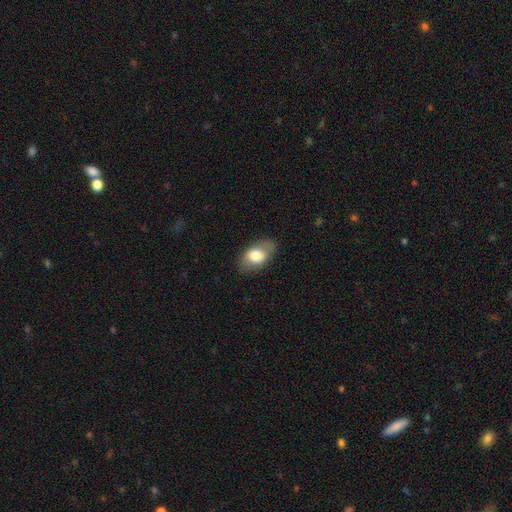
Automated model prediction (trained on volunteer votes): Smooth or featured?
  - smooth: 72% *
  - featured or disk: 21%
  - star or artifact: 7%
How rounded?
  - in between: 89% *
  - round: 9%
  - cigar-shaped: 2%
Merging?
  - none: 79% *
  - minor disturbance: 15%
  - major disturbance: 5%
  - merger: 1%